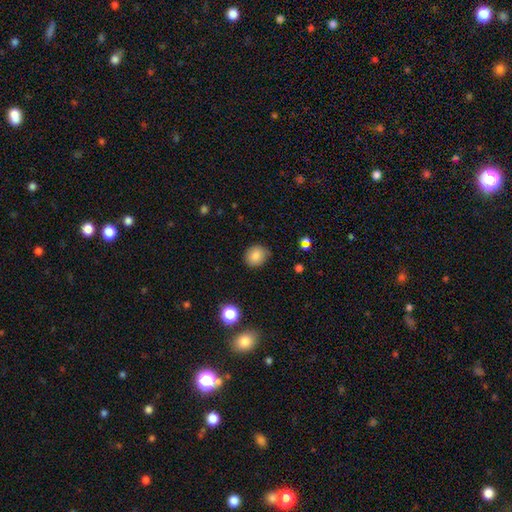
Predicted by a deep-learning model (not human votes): This is clearly a smooth galaxy (84%). How rounded: likely round (75%). Merging: likely none (80%).